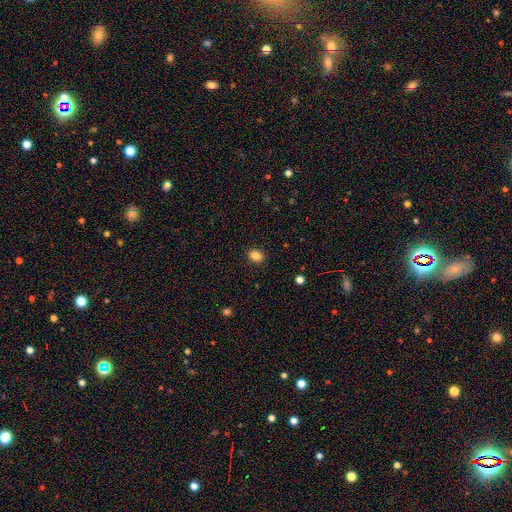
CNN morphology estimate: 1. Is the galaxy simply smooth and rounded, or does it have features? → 85% smooth, 10% star or artifact, 5% featured or disk.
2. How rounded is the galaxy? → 63% in between, 36% round, 1% cigar-shaped.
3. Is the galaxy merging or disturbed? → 90% none, 7% minor disturbance, 2% major disturbance, 1% merger.